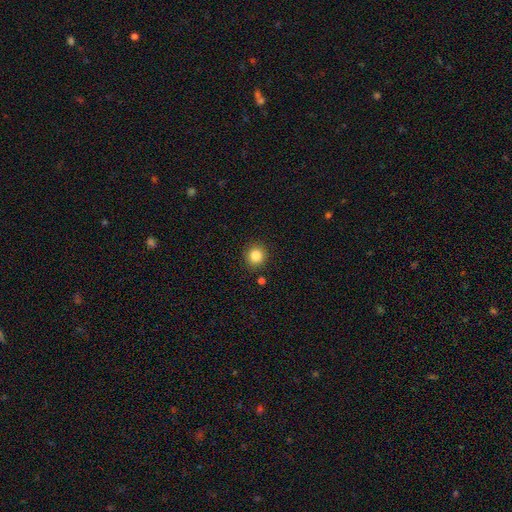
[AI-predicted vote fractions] Overall: smooth (84%). How rounded: round (91%). Merging: none (89%).